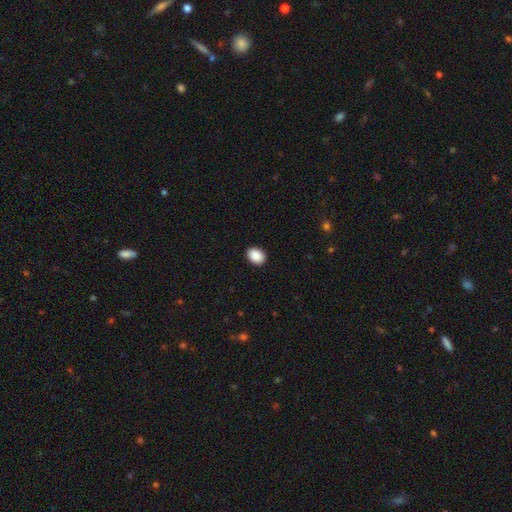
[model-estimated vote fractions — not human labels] A smooth galaxy with no disk features (89%) that is in between round and cigar-shaped (67%). Merging: none (91%).